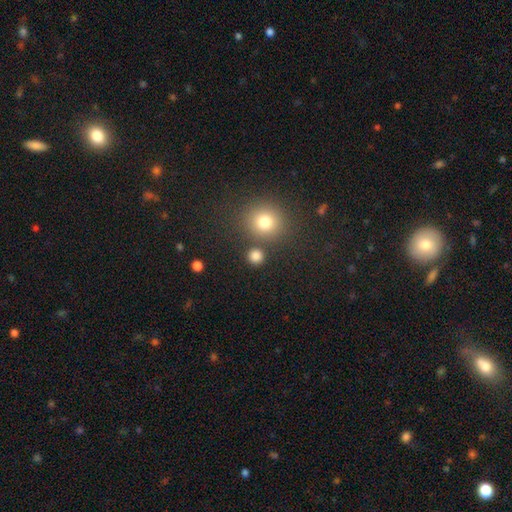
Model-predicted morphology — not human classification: This appears to be a smooth galaxy with no disk features (82%) that is round (92%). Merging: none (84%).